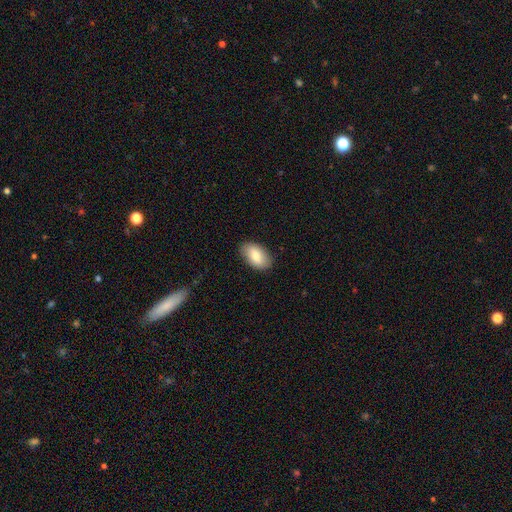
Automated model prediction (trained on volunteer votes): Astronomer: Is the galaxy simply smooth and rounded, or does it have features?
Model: smooth — 80%.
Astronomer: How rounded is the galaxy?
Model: in between — 93%.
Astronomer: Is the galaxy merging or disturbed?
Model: none — 86%.